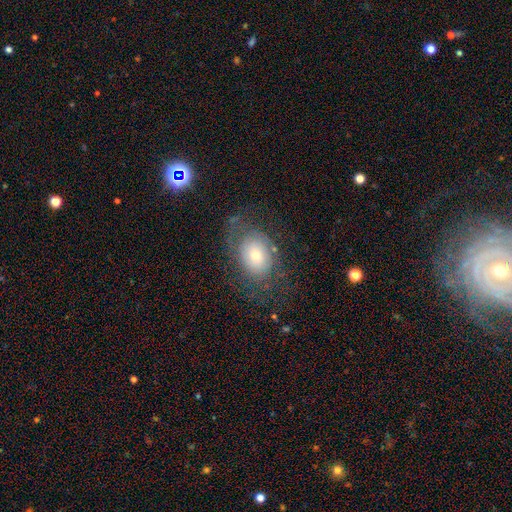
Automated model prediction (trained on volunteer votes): Overall: smooth (46%; featured or disk 44%). Merging: none (59%; minor disturbance 20%).